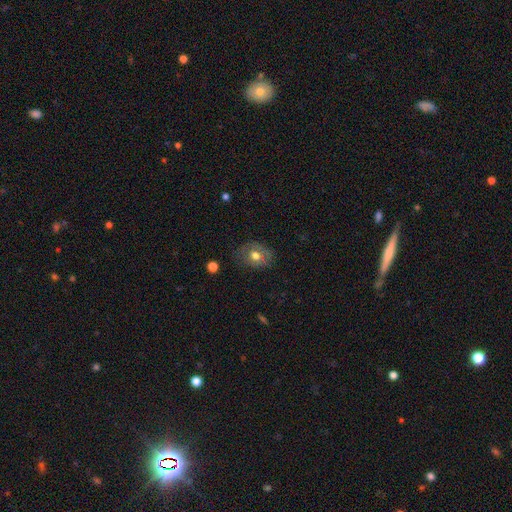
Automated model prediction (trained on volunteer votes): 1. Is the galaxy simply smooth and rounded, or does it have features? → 61% smooth, 30% featured or disk, 9% star or artifact.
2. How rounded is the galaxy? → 59% in between, 40% round, 1% cigar-shaped.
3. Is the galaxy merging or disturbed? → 69% none, 21% minor disturbance, 8% major disturbance, 1% merger.